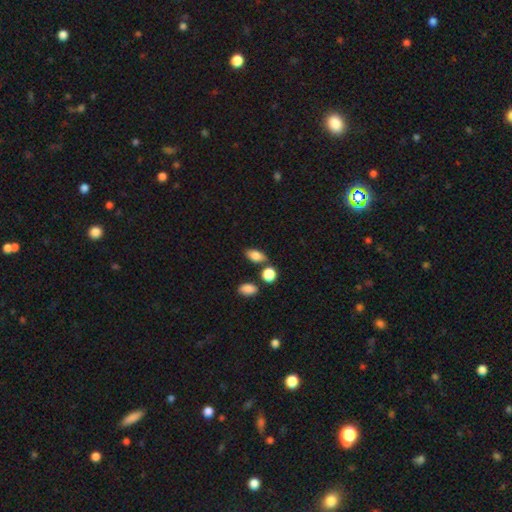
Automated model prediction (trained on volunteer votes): This appears to be a smooth galaxy with no disk features (81%) that is in between round and cigar-shaped (86%). Merging: none (75%).